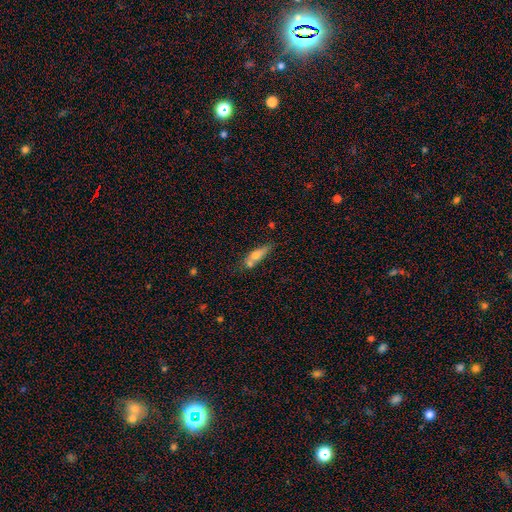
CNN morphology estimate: Overall: smooth (52%; featured or disk 39%). How rounded: cigar-shaped (62%; in between 33%). Merging: none (51%; merger 26%).